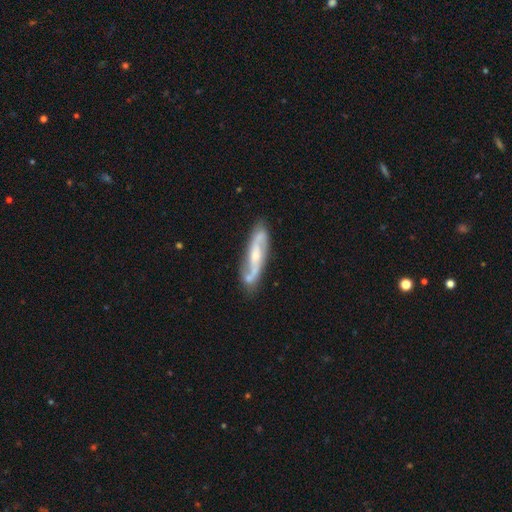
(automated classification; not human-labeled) This is clearly a featured or disk galaxy (82%). It is likely not viewed edge-on (79%). Bar: marginally no (41%). Spiral arm pattern: clearly yes (94%). Spiral arm count: clearly 2 (89%). Spiral winding: marginally medium (43%). Central bulge: possibly small (50%). Merging: likely none (78%).